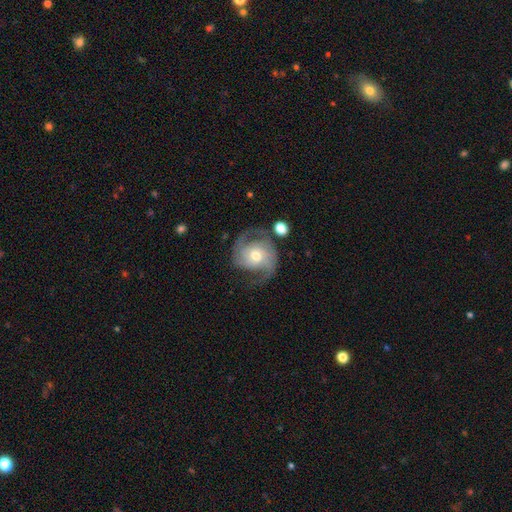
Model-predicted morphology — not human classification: Smooth or featured?
  - featured or disk: 85% *
  - smooth: 9%
  - star or artifact: 5%
Edge-on disk?
  - no: 98% *
  - yes: 2%
Bar?
  - no: 64% *
  - weak: 30%
  - strong: 6%
Spiral arms?
  - yes: 96% *
  - no: 4%
Spiral winding?
  - medium: 45% *
  - tight: 35%
  - loose: 20%
Spiral arm count?
  - 2: 68% *
  - 3: 13%
  - can't tell: 9%
  - 1: 4%
  - 4: 3%
  - more than 4: 3%
Bulge size?
  - moderate: 68% *
  - small: 24%
  - large: 6%
  - none: 1%
  - dominant: 1%
Merging?
  - none: 63% *
  - minor disturbance: 19%
  - major disturbance: 13%
  - merger: 4%